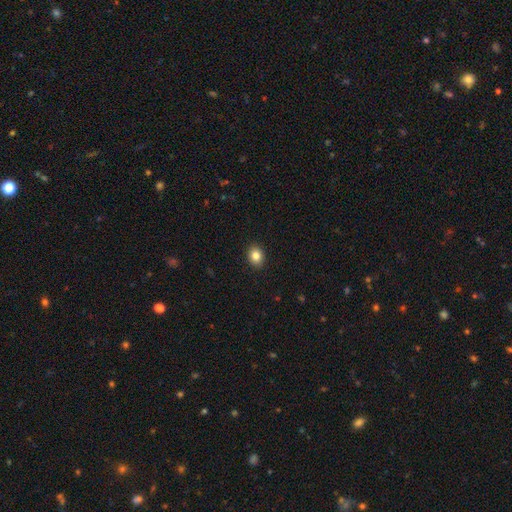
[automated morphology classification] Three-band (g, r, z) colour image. It shows a smooth galaxy with no disk features (85%) that is round (50%). Merging: none (91%).